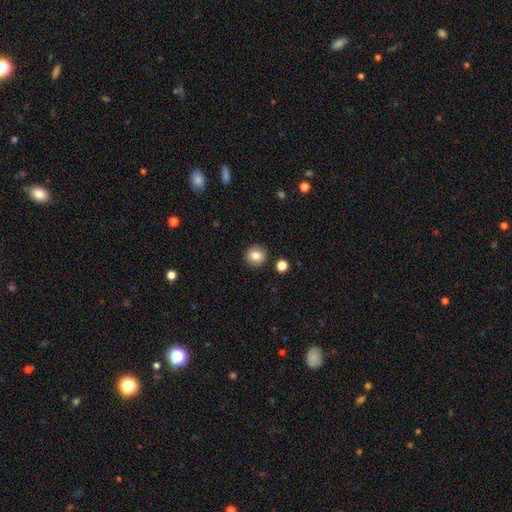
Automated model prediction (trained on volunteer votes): Smooth or featured: smooth — 83% (star or artifact — 10%)
How rounded: round — 89% (in between — 10%)
Merging: none — 90% (minor disturbance — 6%)